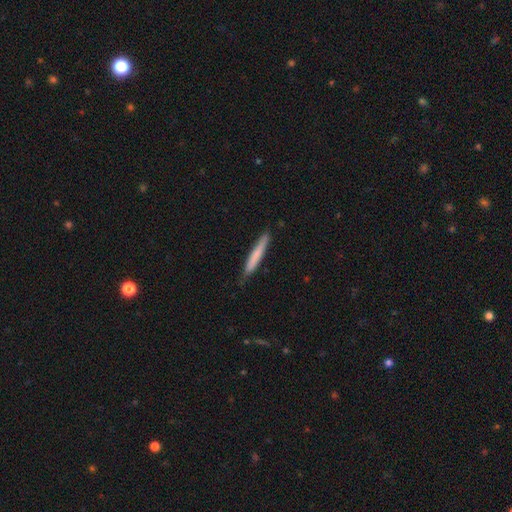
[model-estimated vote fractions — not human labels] This is likely a smooth galaxy (70%). How rounded: clearly cigar-shaped (96%). Merging: clearly none (83%).